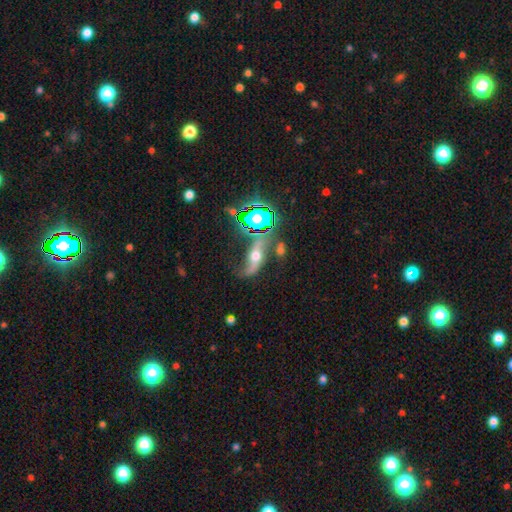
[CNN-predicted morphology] This appears to be a featured or disk galaxy (67%) with no bar (61%), spiral arms (84%) and a moderate central bulge (66%). Merging: none (54%).